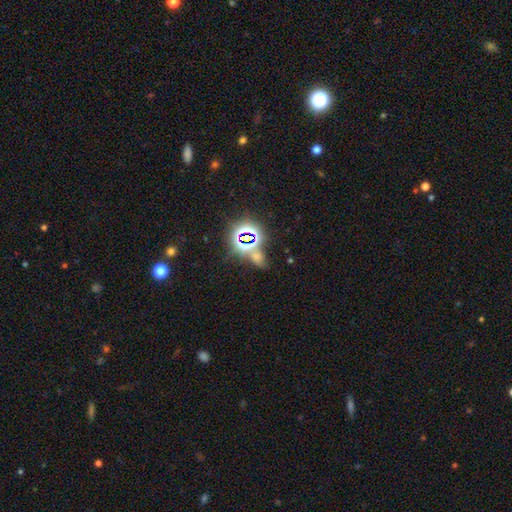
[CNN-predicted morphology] This is likely a star or artifact rather than a galaxy (70%).